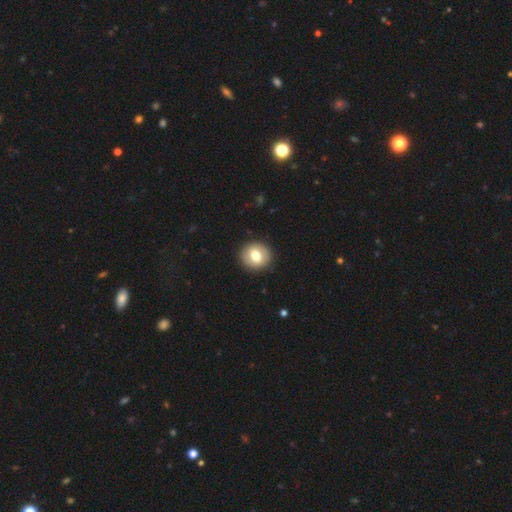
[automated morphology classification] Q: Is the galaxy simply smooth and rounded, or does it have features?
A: smooth — 74%.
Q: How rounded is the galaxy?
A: round — 87%.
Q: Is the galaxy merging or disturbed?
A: none — 91%.